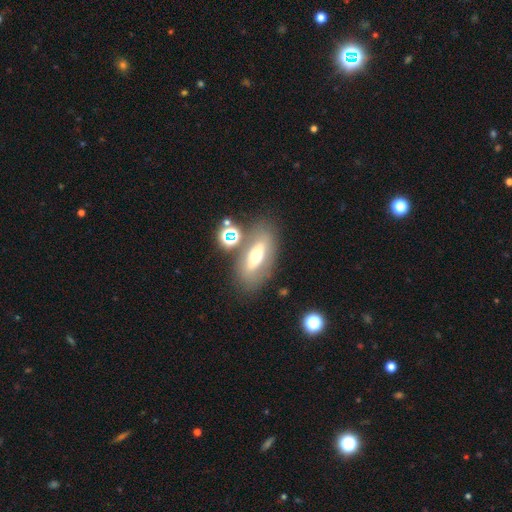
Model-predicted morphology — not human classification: This appears to be a featured or disk galaxy (46%). Merging: none (70%).